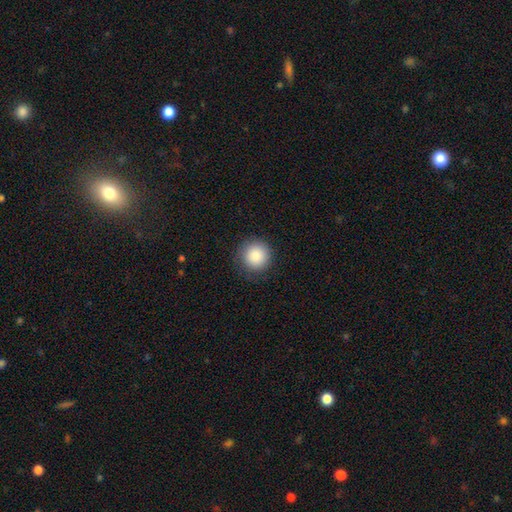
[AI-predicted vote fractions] smooth-or-featured: smooth: 86% | star or artifact: 9% | featured or disk: 6%
  how-rounded: round: 95% | in between: 4% | cigar-shaped: 1%
  merging: none: 88% | minor disturbance: 8% | major disturbance: 3% | merger: 1%